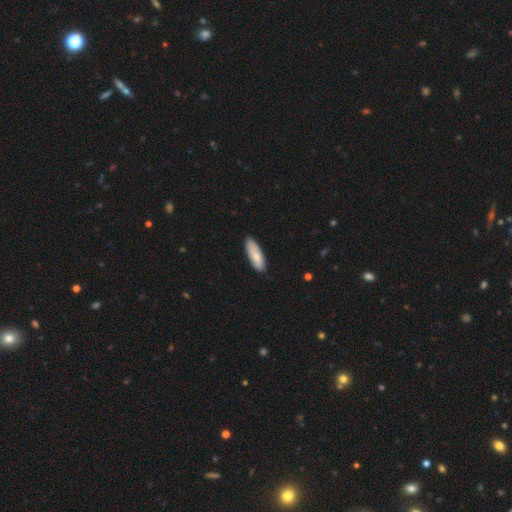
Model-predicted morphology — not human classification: Smooth or featured: smooth — 82% (featured or disk — 13%)
How rounded: in between — 57% (cigar-shaped — 42%)
Merging: none — 84% (minor disturbance — 13%)